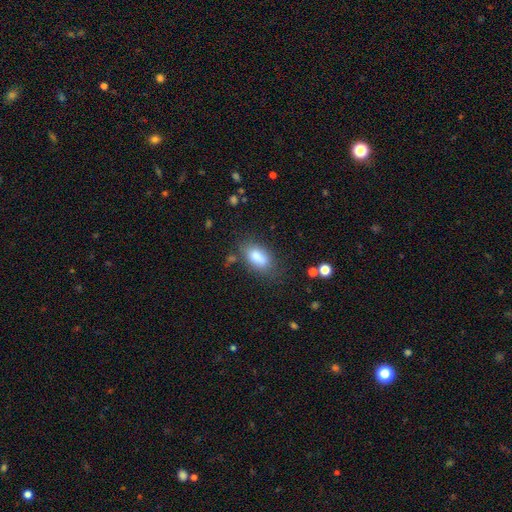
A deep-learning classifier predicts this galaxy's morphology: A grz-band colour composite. It shows a smooth galaxy with no disk features (84%) that is in between round and cigar-shaped (89%). Merging: none (70%).